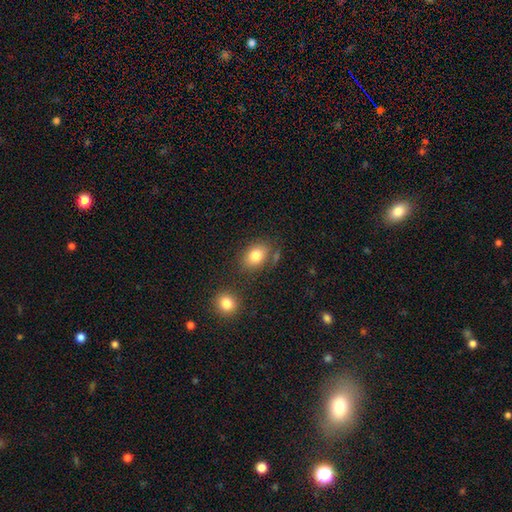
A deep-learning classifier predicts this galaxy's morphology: Smooth or featured?
  - smooth: 82% *
  - star or artifact: 9%
  - featured or disk: 9%
How rounded?
  - in between: 72% *
  - round: 27%
  - cigar-shaped: 1%
Merging?
  - none: 71% *
  - minor disturbance: 14%
  - merger: 10%
  - major disturbance: 5%